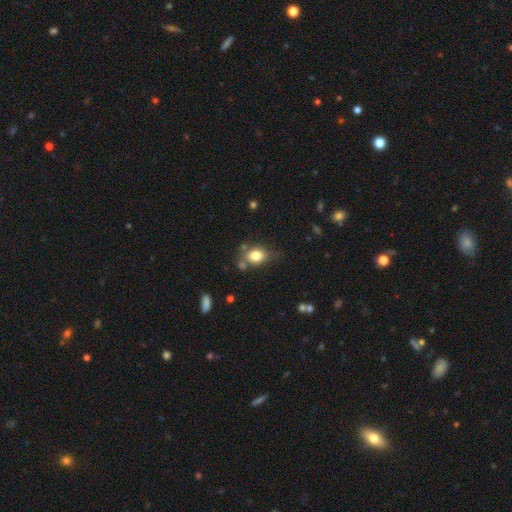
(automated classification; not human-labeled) Smooth or featured?
  - smooth: 80% *
  - featured or disk: 10%
  - star or artifact: 10%
How rounded?
  - in between: 65% *
  - round: 34%
  - cigar-shaped: 1%
Merging?
  - none: 61% *
  - minor disturbance: 20%
  - merger: 12%
  - major disturbance: 6%